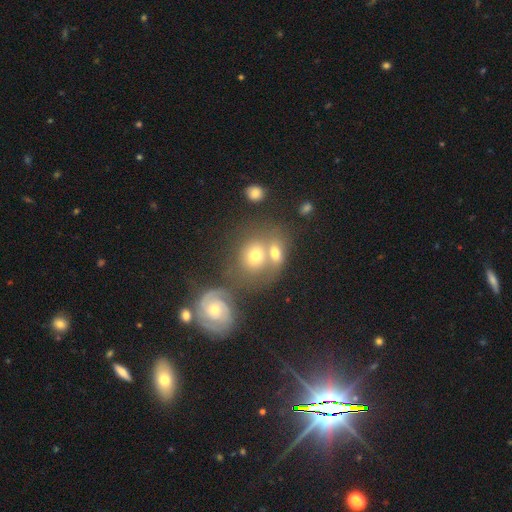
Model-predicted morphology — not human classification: This is possibly a smooth galaxy (47%). Merging: possibly merger (46%).